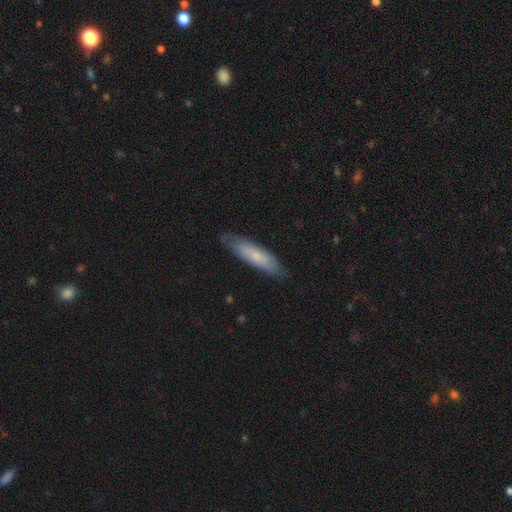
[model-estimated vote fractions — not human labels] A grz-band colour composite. It shows a smooth galaxy with no disk features (70%) that is cigar-shaped (70%). Merging: none (81%).